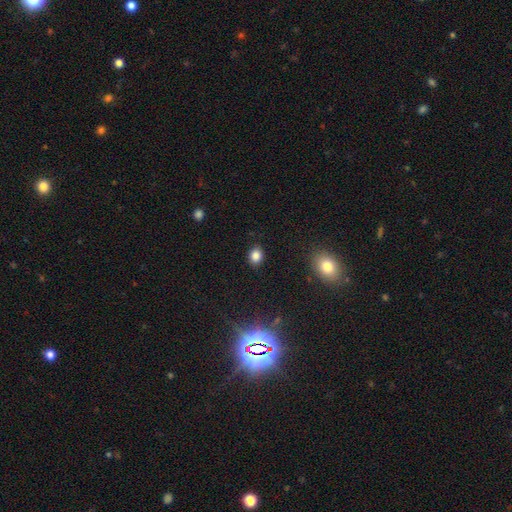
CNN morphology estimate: smooth-or-featured: smooth: 83% | star or artifact: 12% | featured or disk: 5%
  how-rounded: in between: 50% | round: 49% | cigar-shaped: 1%
  merging: none: 88% | minor disturbance: 9% | major disturbance: 2% | merger: 1%